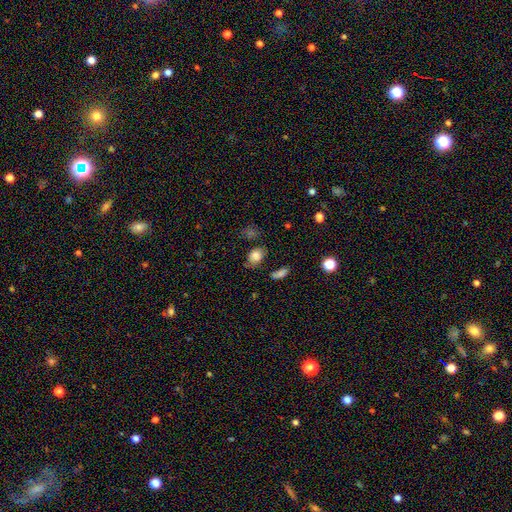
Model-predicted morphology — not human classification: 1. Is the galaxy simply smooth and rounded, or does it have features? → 81% smooth, 11% star or artifact, 8% featured or disk.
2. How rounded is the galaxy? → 68% in between, 30% round, 2% cigar-shaped.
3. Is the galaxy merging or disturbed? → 65% none, 23% minor disturbance, 7% major disturbance, 5% merger.